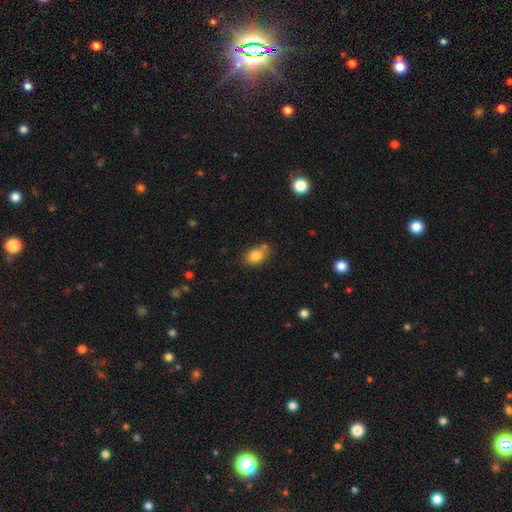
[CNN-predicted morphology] This appears to be a smooth galaxy with no disk features (82%) that is in between round and cigar-shaped (76%). Merging: none (63%).